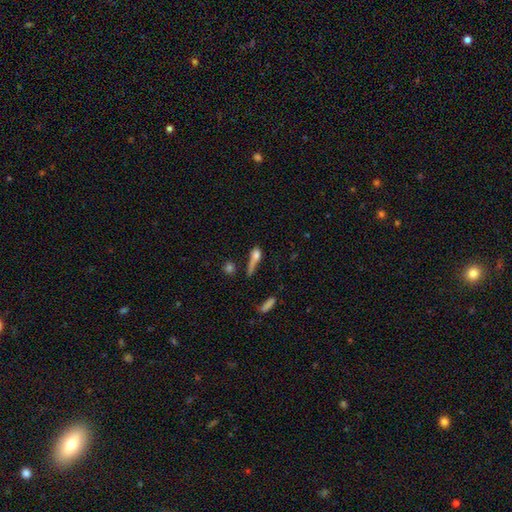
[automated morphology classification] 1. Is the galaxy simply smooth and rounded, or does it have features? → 65% smooth, 23% featured or disk, 13% star or artifact.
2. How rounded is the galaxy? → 43% in between, 38% cigar-shaped, 18% round.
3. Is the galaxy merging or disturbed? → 31% none, 29% major disturbance, 21% minor disturbance, 19% merger.